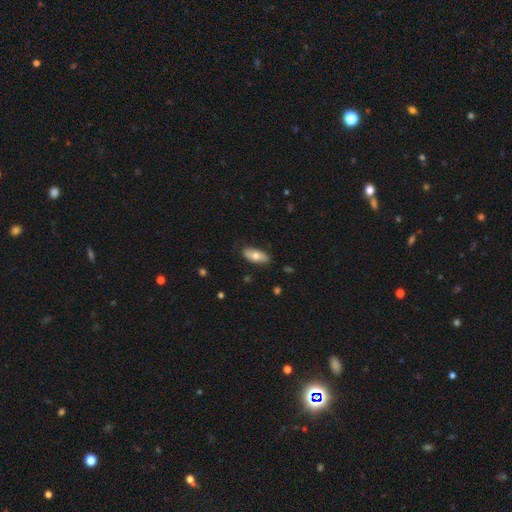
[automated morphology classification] Smooth or featured? Predicted: smooth (p=0.69). How rounded? Predicted: in between (p=0.83). Merging? Predicted: none (p=0.80).